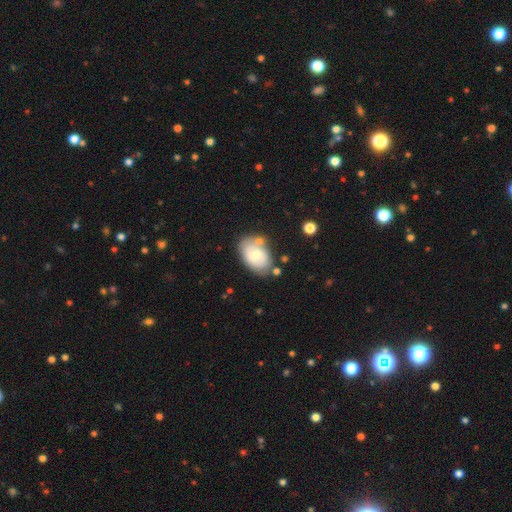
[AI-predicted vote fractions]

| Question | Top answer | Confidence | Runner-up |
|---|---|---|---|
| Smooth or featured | smooth | 50% | featured or disk (44%) |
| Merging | none | 58% | minor disturbance (23%) |